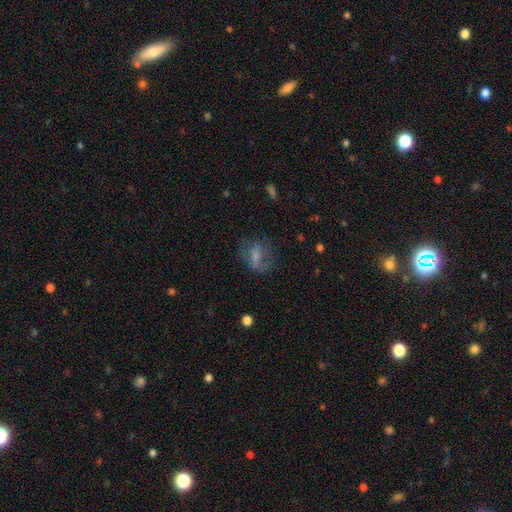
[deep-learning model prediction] The model was most divided on "smooth or featured": smooth: 45%, featured or disk: 40%, star or artifact: 15%. More confident: merging — none (62%).